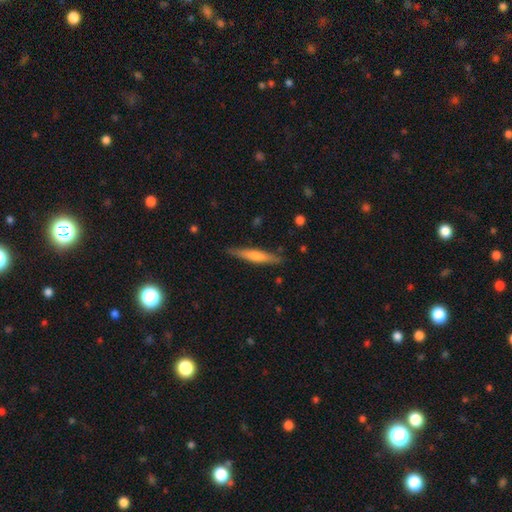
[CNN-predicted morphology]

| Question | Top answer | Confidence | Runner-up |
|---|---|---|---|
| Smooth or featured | smooth | 51% | featured or disk (44%) |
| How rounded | cigar-shaped | 92% | in between (7%) |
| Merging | none | 87% | minor disturbance (10%) |